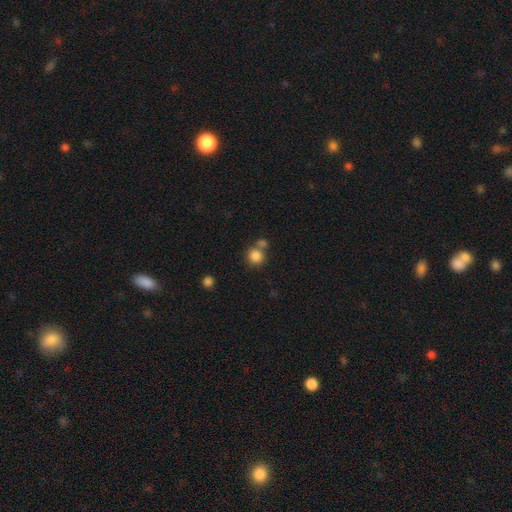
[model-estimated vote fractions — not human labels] Smooth or featured?
  - smooth: 85% *
  - star or artifact: 10%
  - featured or disk: 5%
How rounded?
  - round: 89% *
  - in between: 10%
  - cigar-shaped: 1%
Merging?
  - none: 61% *
  - merger: 27%
  - minor disturbance: 9%
  - major disturbance: 4%